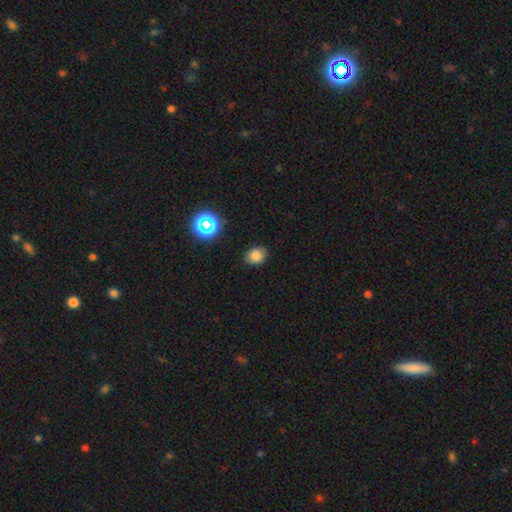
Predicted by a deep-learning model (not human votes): Q: Smooth or featured?
A: smooth (79%); runner-up: star or artifact (14%)
Q: How rounded?
A: round (52%); runner-up: in between (47%)
Q: Merging?
A: none (82%); runner-up: minor disturbance (14%)